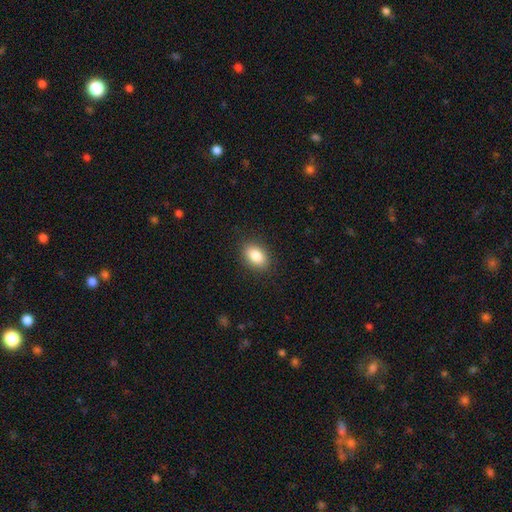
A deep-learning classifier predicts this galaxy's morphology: Smooth or featured: smooth — 86% (star or artifact — 8%)
How rounded: in between — 86% (round — 13%)
Merging: none — 88% (minor disturbance — 9%)